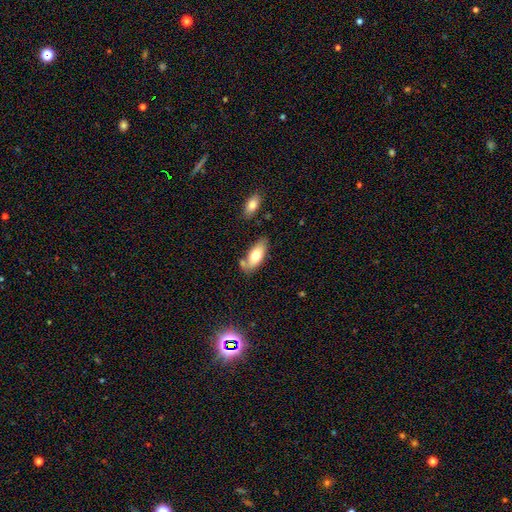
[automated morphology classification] Smooth or featured? smooth (72%)
How rounded? in between (86%)
Merging? none (67%)